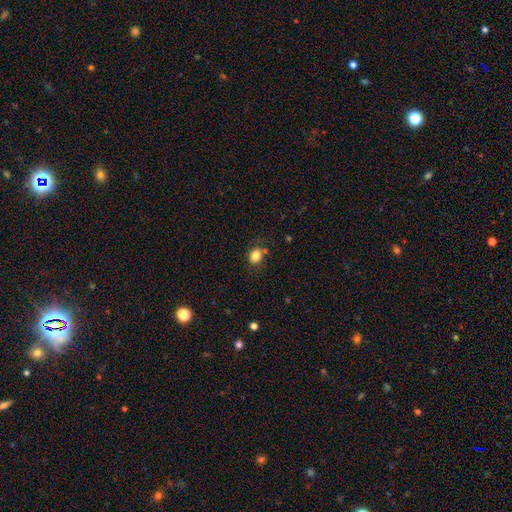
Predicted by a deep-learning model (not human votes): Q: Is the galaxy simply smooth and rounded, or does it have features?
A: smooth — 82%.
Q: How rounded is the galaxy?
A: round — 59%.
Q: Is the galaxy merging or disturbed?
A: none — 68%.